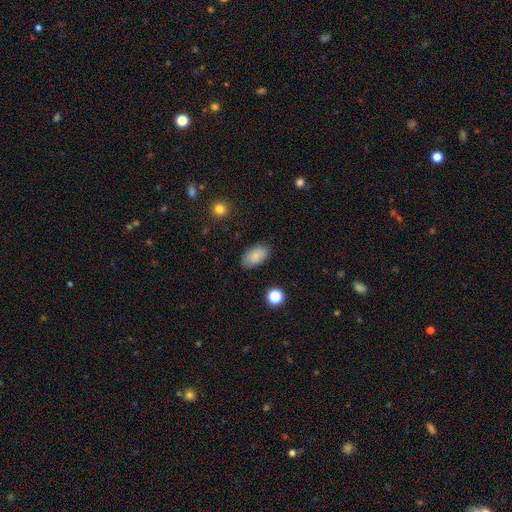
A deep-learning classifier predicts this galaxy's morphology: type=smooth (85%); roundness=in between (92%); merging=none (83%).